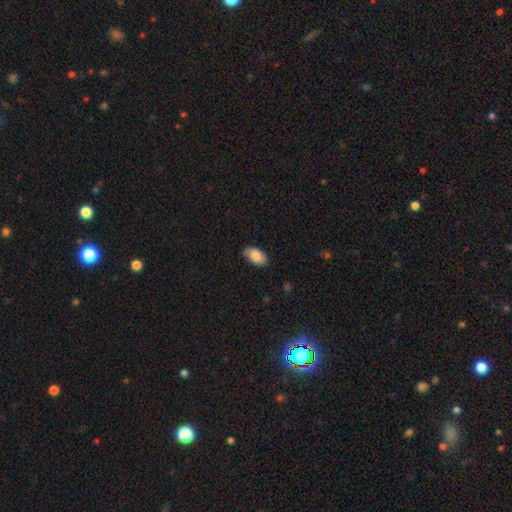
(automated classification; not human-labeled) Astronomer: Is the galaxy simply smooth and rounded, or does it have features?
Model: smooth — 84%.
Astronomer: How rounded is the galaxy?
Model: in between — 94%.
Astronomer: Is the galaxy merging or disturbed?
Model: none — 81%.